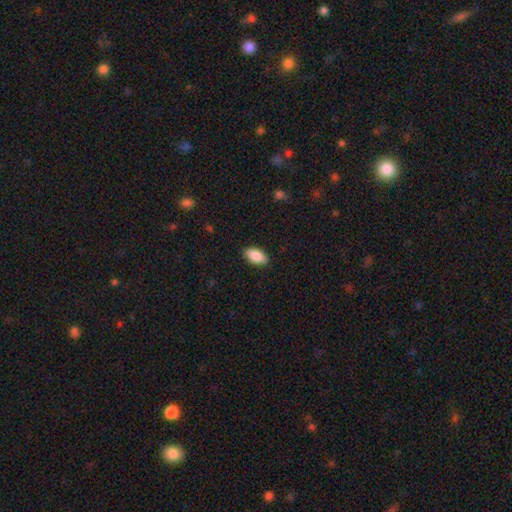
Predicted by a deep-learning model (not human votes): Smooth or featured: smooth — 88% (star or artifact — 6%)
How rounded: in between — 94% (cigar-shaped — 3%)
Merging: none — 88% (minor disturbance — 9%)